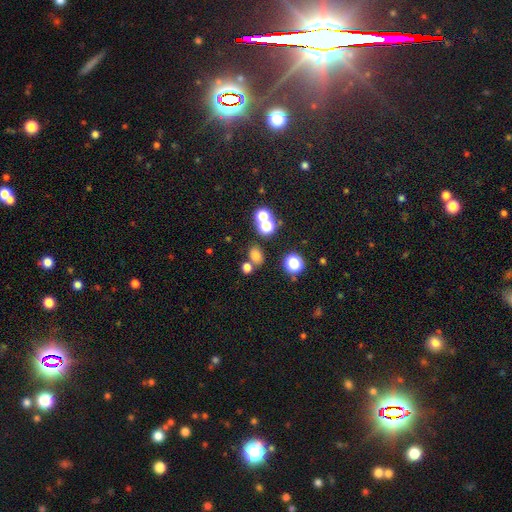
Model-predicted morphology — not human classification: The model was most divided on "how rounded": in between: 57%, round: 41%, cigar-shaped: 1%. More confident: smooth or featured — smooth (69%); merging — none (67%).